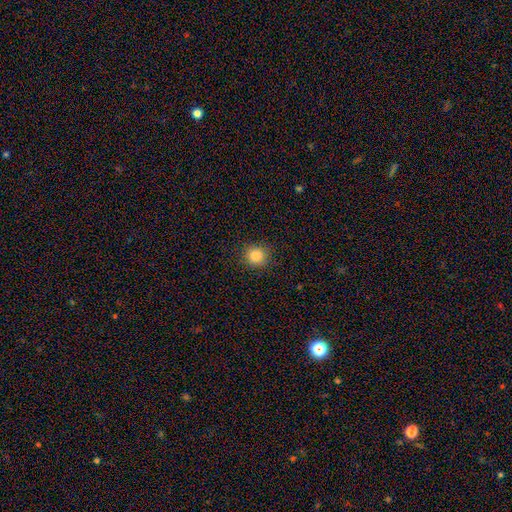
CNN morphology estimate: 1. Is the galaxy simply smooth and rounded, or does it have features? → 85% smooth, 11% star or artifact, 4% featured or disk.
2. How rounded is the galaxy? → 88% round, 11% in between, 1% cigar-shaped.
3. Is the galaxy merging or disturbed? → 89% none, 8% minor disturbance, 2% major disturbance, 1% merger.